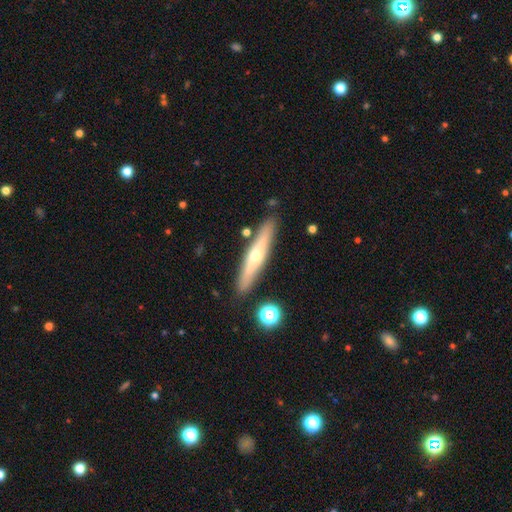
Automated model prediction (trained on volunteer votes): The model was most divided on "smooth or featured": featured or disk: 58%, smooth: 36%, star or artifact: 6%. More confident: edge-on disk — yes (90%); merging — none (86%); edge-on bulge — rounded (84%).